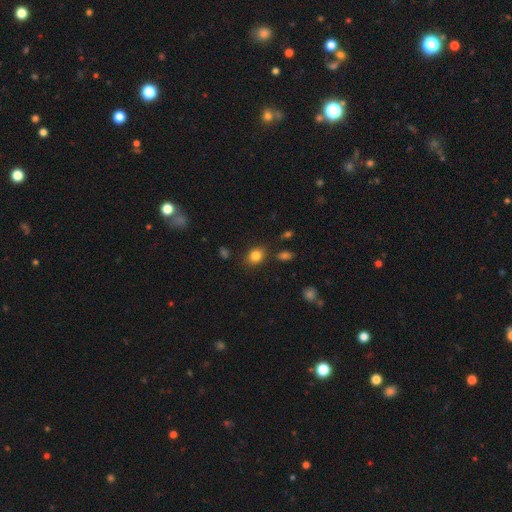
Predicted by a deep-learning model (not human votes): This appears to be a smooth galaxy with no disk features (83%) that is in between round and cigar-shaped (56%). Merging: none (81%).